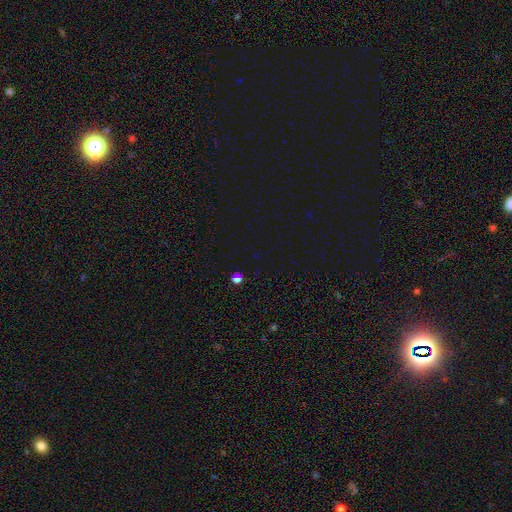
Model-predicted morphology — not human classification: smooth-or-featured: star or artifact: 65% | smooth: 29% | featured or disk: 6%